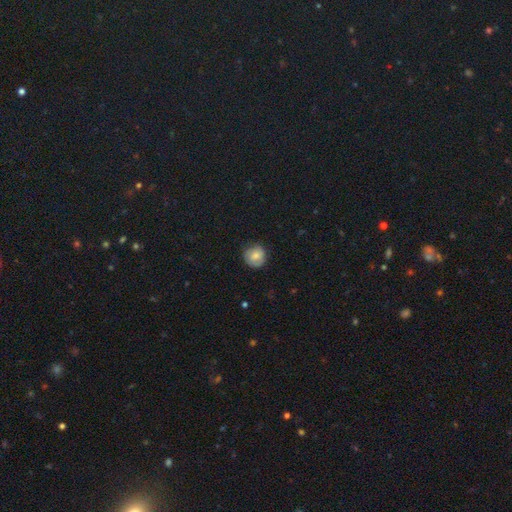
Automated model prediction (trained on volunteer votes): Smooth or featured? smooth (75%)
How rounded? round (89%)
Merging? none (76%)